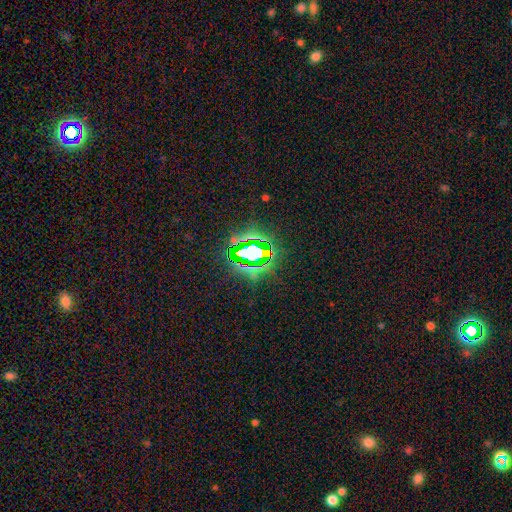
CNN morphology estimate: Q: Smooth or featured?
A: star or artifact (74%); runner-up: smooth (13%)